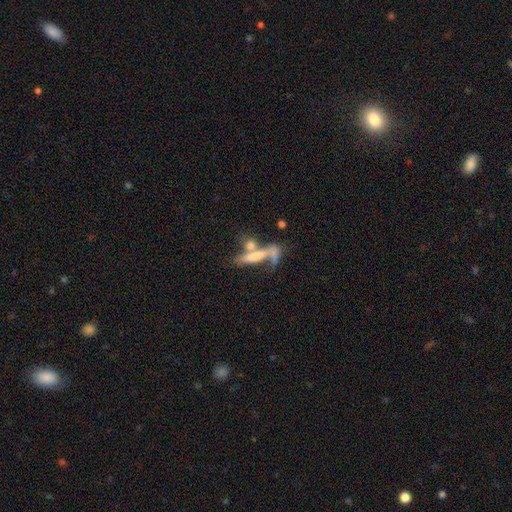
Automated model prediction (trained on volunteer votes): A featured or disk galaxy (50%) viewed edge-on (52%).

Vote fractions:
- Smooth or featured? featured or disk: 50% / smooth: 33% / star or artifact: 17%
- Edge-on disk? yes: 52% / no: 48%
- Merging? merger: 50% / none: 29% / major disturbance: 11% / minor disturbance: 10%